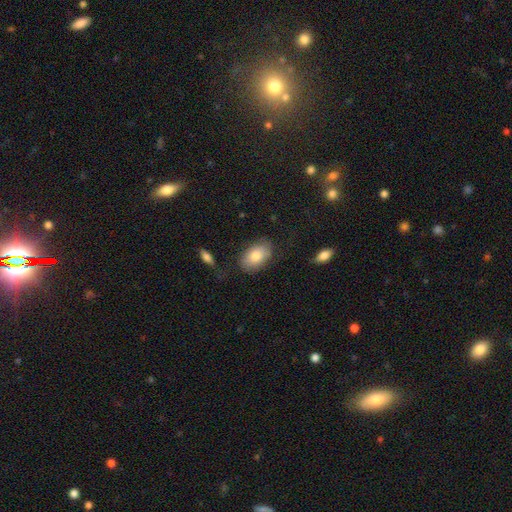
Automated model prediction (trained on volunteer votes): smooth 80%, featured or disk 14%, star or artifact 6%. Down the decision tree: how rounded — in between (90%); merging — none (74%).